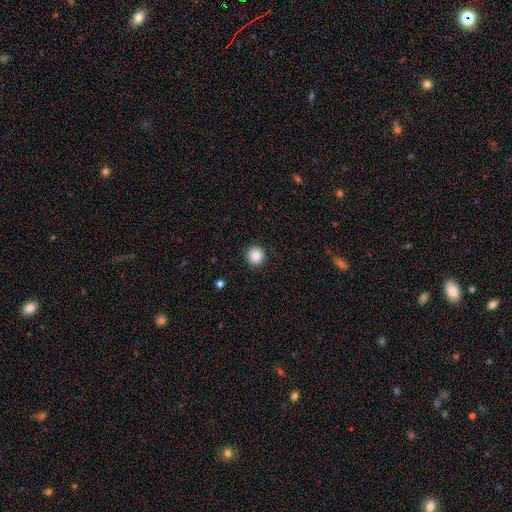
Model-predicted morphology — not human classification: Overall: smooth (87%). How rounded: round (95%). Merging: none (92%).